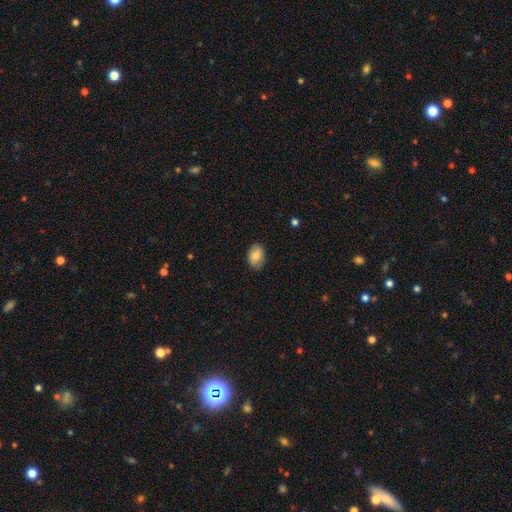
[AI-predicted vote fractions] The model was most divided on "smooth or featured": smooth: 80%, featured or disk: 13%, star or artifact: 7%. More confident: how rounded — in between (84%); merging — none (84%).